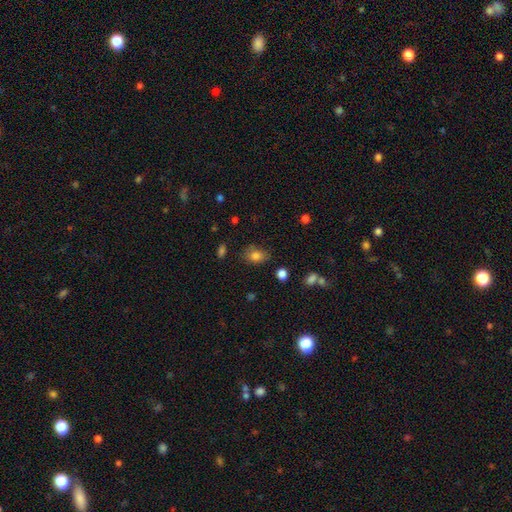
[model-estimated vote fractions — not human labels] Morphology: type=smooth (81%); roundness=in between (73%); merging=none (70%).